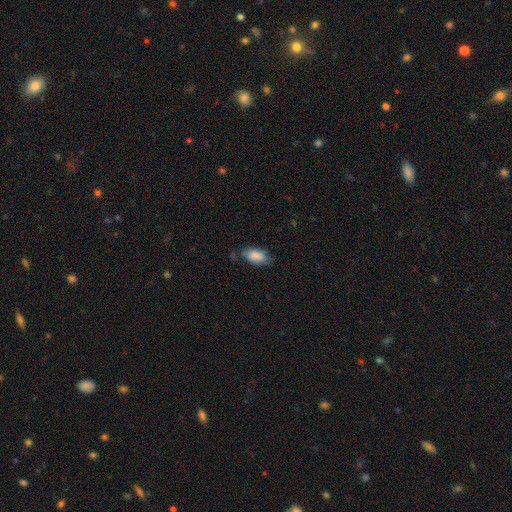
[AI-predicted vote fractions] This appears to be a smooth galaxy with no disk features (84%) that is in between round and cigar-shaped (91%). Merging: none (64%).